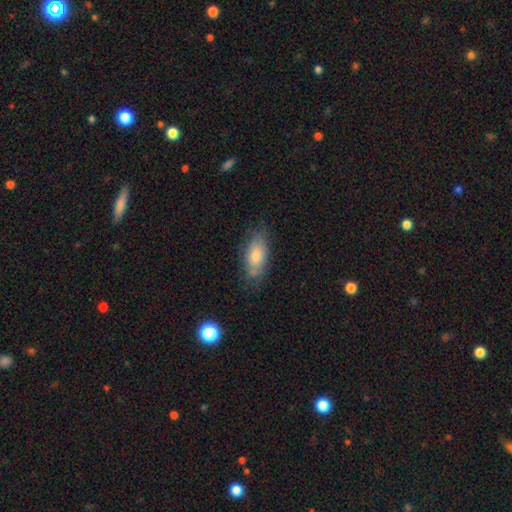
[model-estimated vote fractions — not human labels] The model was most divided on "merging": none: 71%, minor disturbance: 20%, major disturbance: 5%, merger: 4%. More confident: how rounded — in between (84%); smooth or featured — smooth (76%).